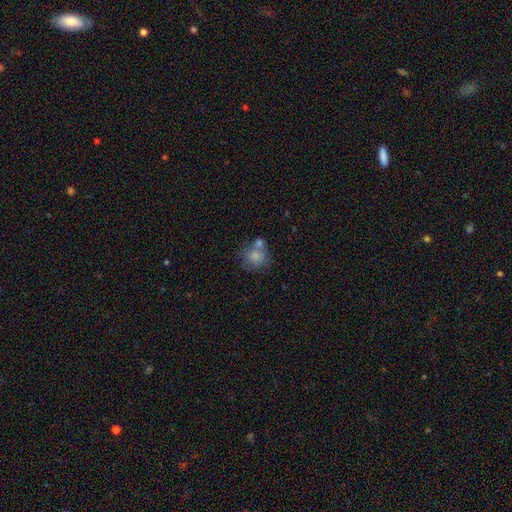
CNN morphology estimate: The model was most divided on "merging": none: 46%, merger: 34%, minor disturbance: 14%, major disturbance: 6%. More confident: how rounded — round (81%); smooth or featured — smooth (78%).